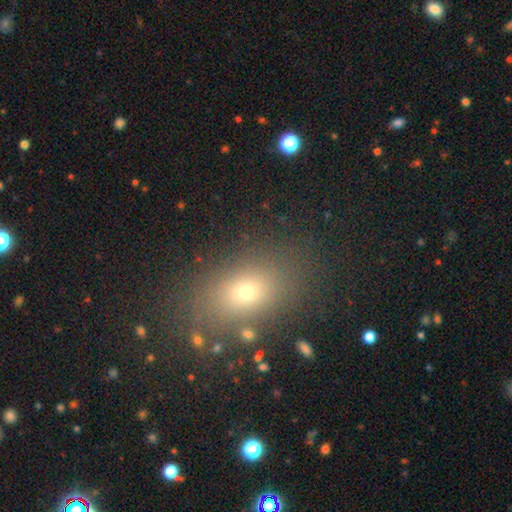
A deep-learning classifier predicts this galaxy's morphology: This is likely a smooth galaxy (67%). How rounded: likely in between (76%). Merging: clearly none (85%).